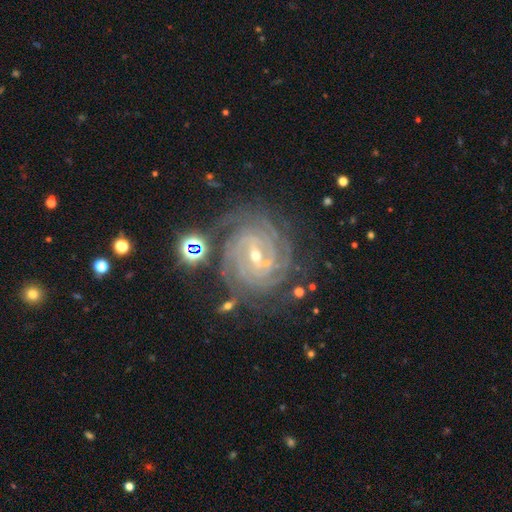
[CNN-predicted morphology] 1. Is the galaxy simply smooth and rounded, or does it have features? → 90% featured or disk, 6% star or artifact, 4% smooth.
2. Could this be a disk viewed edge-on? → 97% no, 3% yes.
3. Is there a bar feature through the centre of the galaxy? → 49% weak, 30% strong, 21% no.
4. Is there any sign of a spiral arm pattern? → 98% yes, 2% no.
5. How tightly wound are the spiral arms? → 81% tight, 17% medium, 2% loose.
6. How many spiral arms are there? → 30% 4, 19% can't tell, 18% 3, 15% more than 4, 11% 2, 6% 1.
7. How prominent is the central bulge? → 61% small, 37% moderate, 1% large, 1% none, 1% dominant.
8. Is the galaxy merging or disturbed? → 72% none, 16% minor disturbance, 7% major disturbance, 4% merger.